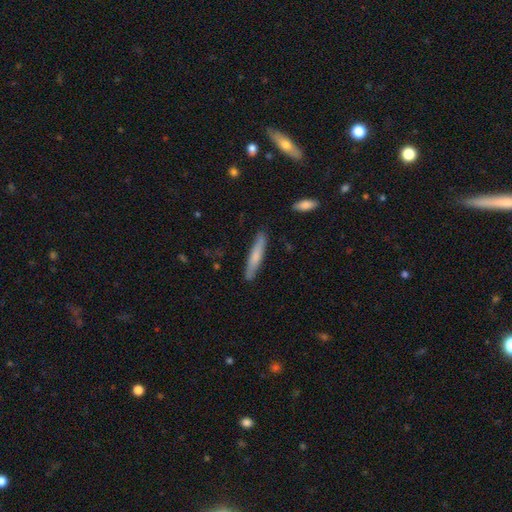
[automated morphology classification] Smooth or featured: smooth — 64% (featured or disk — 30%)
How rounded: cigar-shaped — 92% (in between — 6%)
Merging: none — 86% (minor disturbance — 11%)